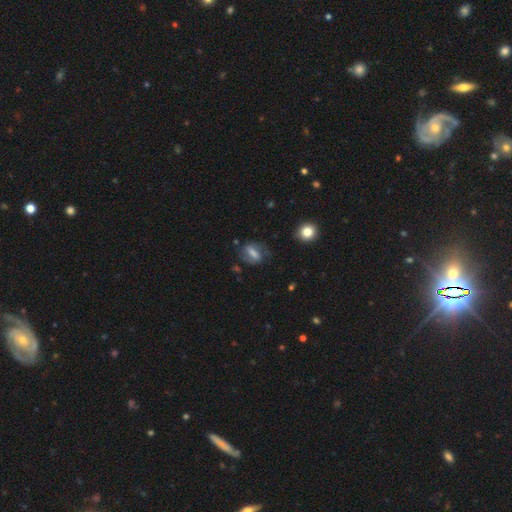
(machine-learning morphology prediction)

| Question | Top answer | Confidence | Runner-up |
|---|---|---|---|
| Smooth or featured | featured or disk | 60% | smooth (28%) |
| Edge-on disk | no | 92% | yes (8%) |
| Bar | strong | 46% | weak (38%) |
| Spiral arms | yes | 80% | no (20%) |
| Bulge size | moderate | 40% | small (33%) |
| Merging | none | 73% | minor disturbance (16%) |